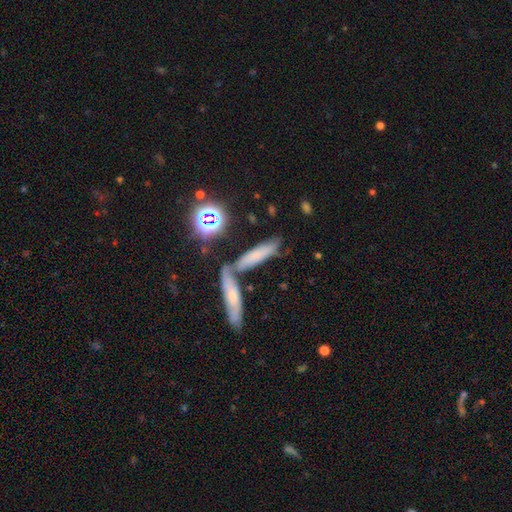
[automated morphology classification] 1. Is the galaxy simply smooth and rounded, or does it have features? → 61% smooth, 23% featured or disk, 16% star or artifact.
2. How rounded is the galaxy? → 71% cigar-shaped, 25% in between, 4% round.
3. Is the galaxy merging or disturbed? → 55% none, 29% merger, 12% minor disturbance, 4% major disturbance.